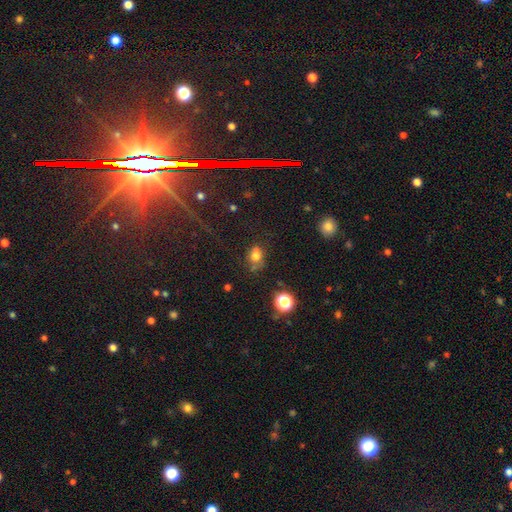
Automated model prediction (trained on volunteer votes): Morphology: type=smooth (71%); roundness=round (55%); merging=none (54%).